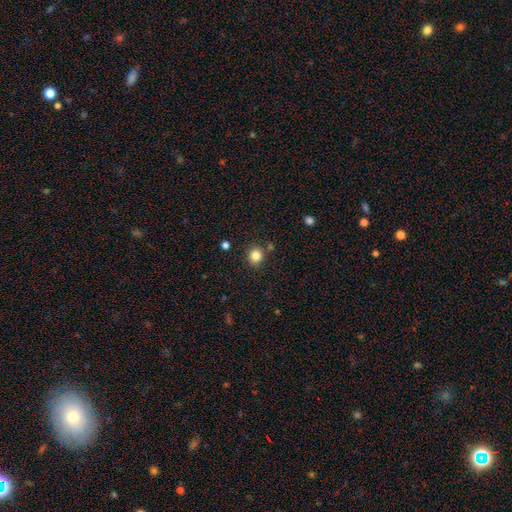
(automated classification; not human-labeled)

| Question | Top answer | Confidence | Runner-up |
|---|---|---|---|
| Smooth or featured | smooth | 83% | star or artifact (12%) |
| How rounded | round | 88% | in between (11%) |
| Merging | none | 83% | minor disturbance (9%) |